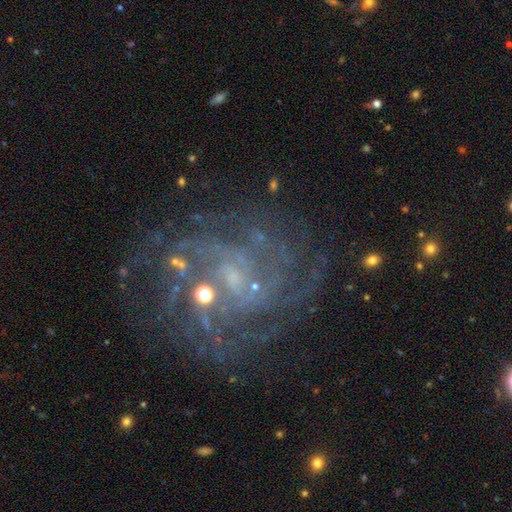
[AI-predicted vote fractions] Smooth or featured? featured or disk (82%)
Edge-on disk? no (98%)
Bar? no (48%)
Spiral arms? yes (92%)
Spiral winding? tight (53%)
Spiral arm count? can't tell (32%)
Bulge size? small (60%)
Merging? none (67%)